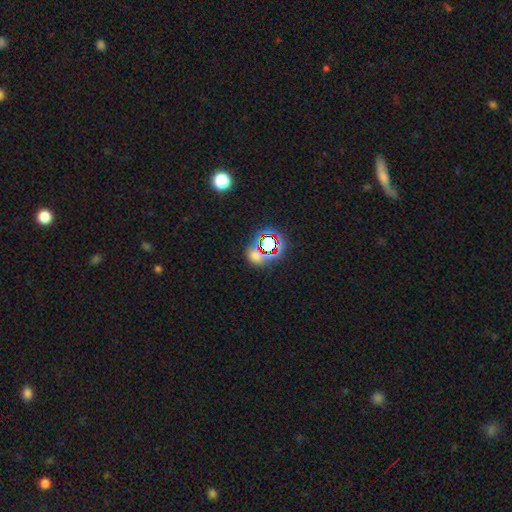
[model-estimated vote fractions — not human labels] Q: Smooth or featured?
A: star or artifact (52%); runner-up: smooth (39%)